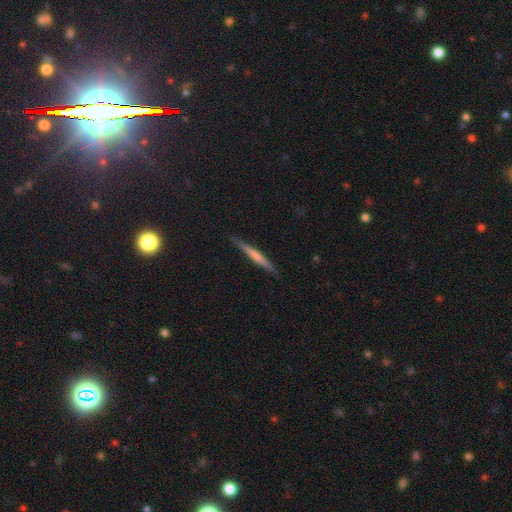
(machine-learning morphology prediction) smooth-or-featured: featured or disk: 49% | smooth: 46% | star or artifact: 6%
  merging: none: 90% | minor disturbance: 8% | major disturbance: 2% | merger: 1%